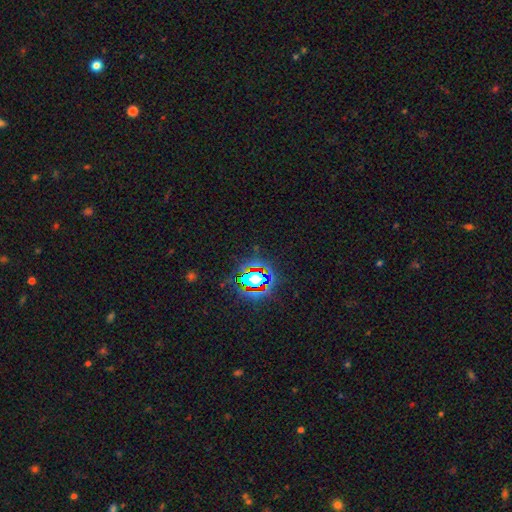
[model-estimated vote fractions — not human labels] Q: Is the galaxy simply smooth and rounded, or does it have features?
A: star or artifact — 79%.